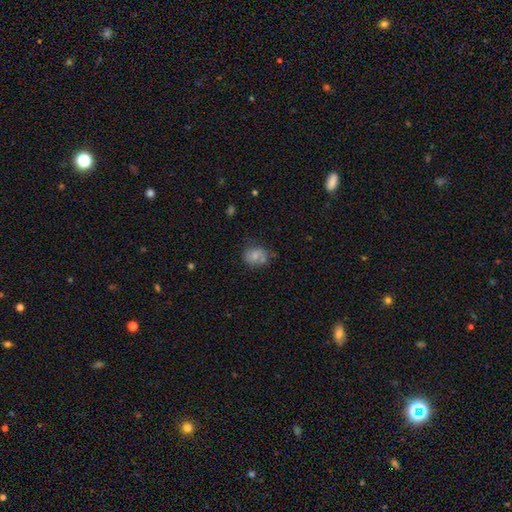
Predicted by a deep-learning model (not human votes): A smooth galaxy with no disk features (69%) that is round (52%).

Vote fractions:
- Smooth or featured? smooth: 69% / featured or disk: 21% / star or artifact: 10%
- How rounded? round: 52% / in between: 46% / cigar-shaped: 1%
- Merging? none: 56% / minor disturbance: 24% / merger: 12% / major disturbance: 8%